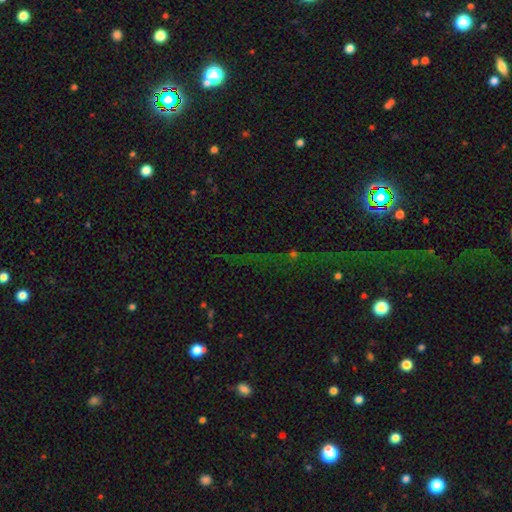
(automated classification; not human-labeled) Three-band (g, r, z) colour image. It shows a star or artifact, not a galaxy (74%).